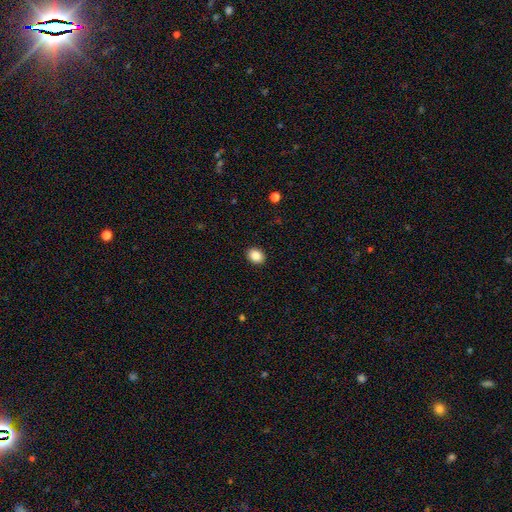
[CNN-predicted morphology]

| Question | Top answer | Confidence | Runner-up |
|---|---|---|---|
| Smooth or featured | smooth | 87% | star or artifact (9%) |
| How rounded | in between | 59% | round (40%) |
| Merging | none | 91% | minor disturbance (6%) |